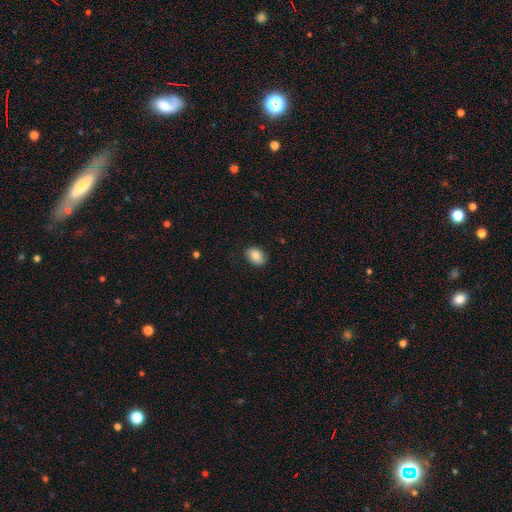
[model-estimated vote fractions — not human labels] smooth_or_featured: smooth (p=0.83) [alt: featured or disk p=0.09]
how_rounded: in between (p=0.80) [alt: round p=0.19]
merging: none (p=0.86) [alt: minor disturbance p=0.10]